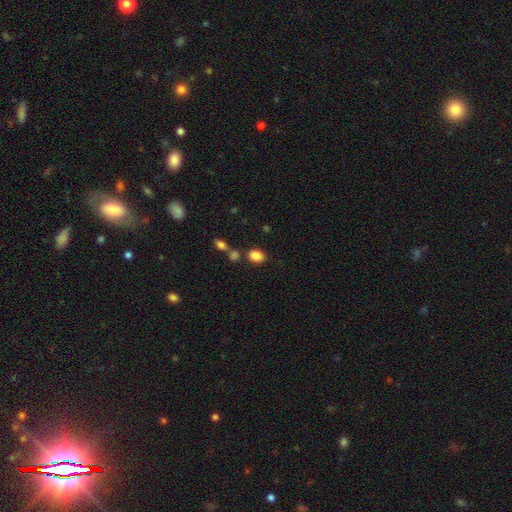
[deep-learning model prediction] This is clearly a smooth galaxy (86%). How rounded: likely in between (75%). Merging: likely none (70%).